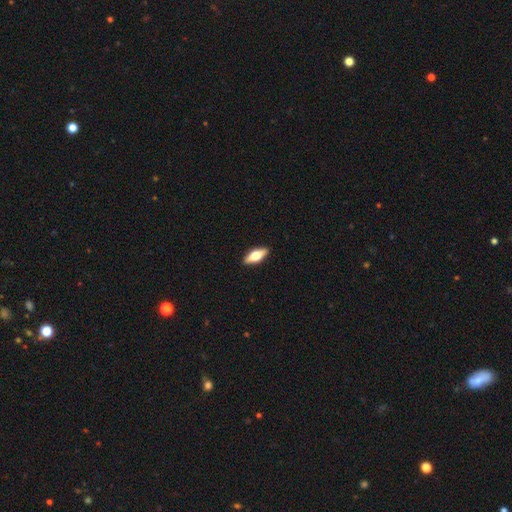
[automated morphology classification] The model was most divided on "smooth or featured": smooth: 54%, featured or disk: 40%, star or artifact: 6%. More confident: merging — none (91%); how rounded — in between (71%).